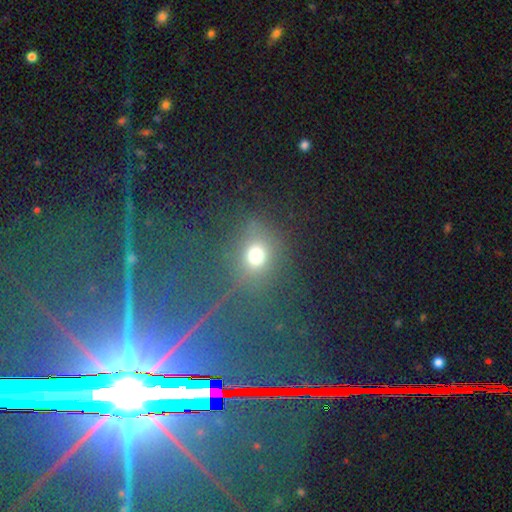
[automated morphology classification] Smooth or featured?
  - smooth: 62% *
  - star or artifact: 27%
  - featured or disk: 11%
How rounded?
  - round: 68% *
  - in between: 30%
  - cigar-shaped: 3%
Merging?
  - none: 71% *
  - minor disturbance: 12%
  - major disturbance: 9%
  - merger: 7%